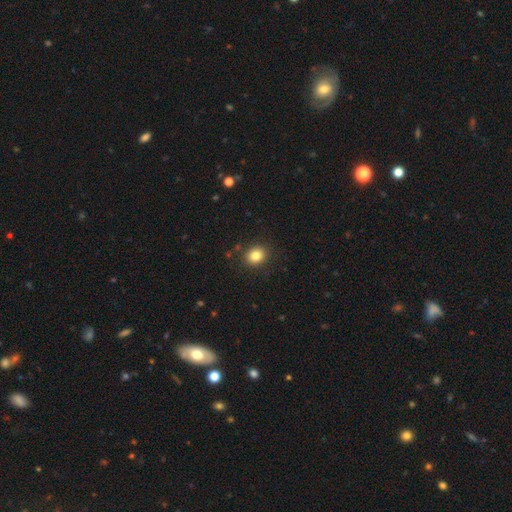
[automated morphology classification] This is clearly a smooth galaxy (83%). How rounded: likely round (67%). Merging: clearly none (88%).